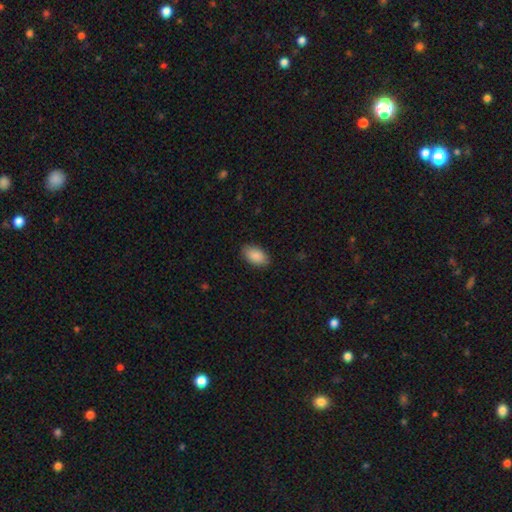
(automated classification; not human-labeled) Smooth or featured? smooth (90%)
How rounded? in between (94%)
Merging? none (87%)